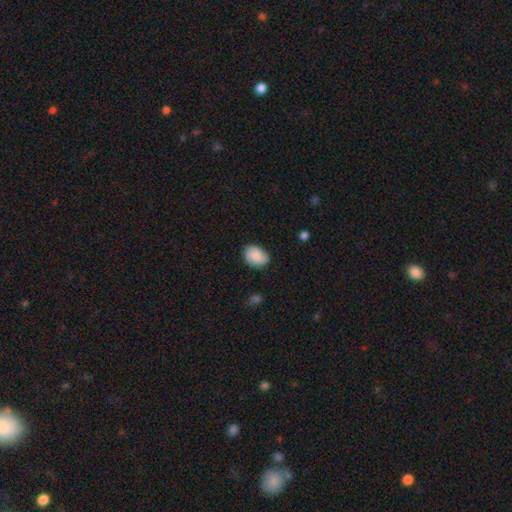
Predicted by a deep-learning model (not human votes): Smooth or featured: smooth — 83% (featured or disk — 10%)
How rounded: in between — 67% (round — 32%)
Merging: none — 74% (minor disturbance — 21%)